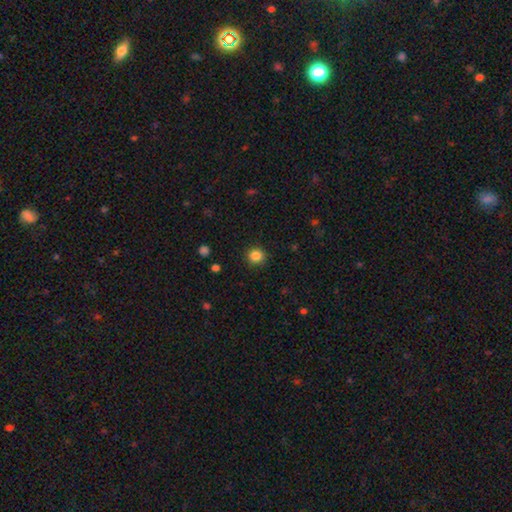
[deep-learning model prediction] smooth_or_featured: smooth (p=0.85) [alt: star or artifact p=0.11]
how_rounded: round (p=0.91) [alt: in between p=0.08]
merging: none (p=0.90) [alt: minor disturbance p=0.06]